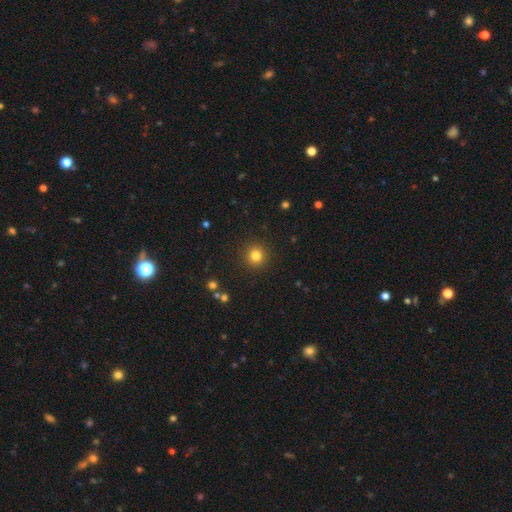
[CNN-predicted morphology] Smooth or featured?
  - smooth: 81% *
  - star or artifact: 13%
  - featured or disk: 6%
How rounded?
  - round: 93% *
  - in between: 6%
  - cigar-shaped: 1%
Merging?
  - none: 91% *
  - minor disturbance: 5%
  - major disturbance: 2%
  - merger: 1%